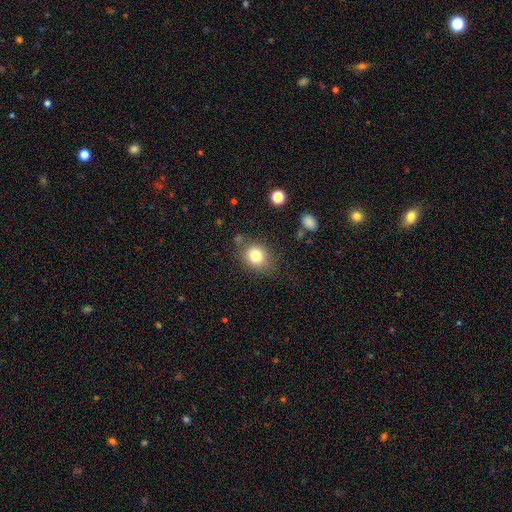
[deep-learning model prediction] Morphology: type=smooth (81%); roundness=round (58%); merging=none (76%).